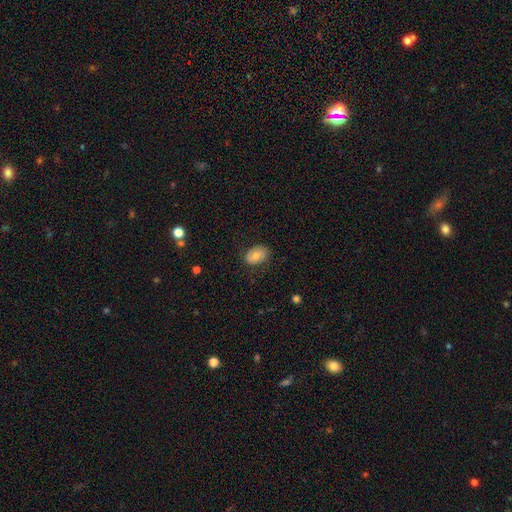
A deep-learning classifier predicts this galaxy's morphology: smooth_or_featured: smooth (p=0.63) [alt: featured or disk p=0.28]
how_rounded: in between (p=0.72) [alt: round p=0.26]
merging: none (p=0.78) [alt: minor disturbance p=0.16]